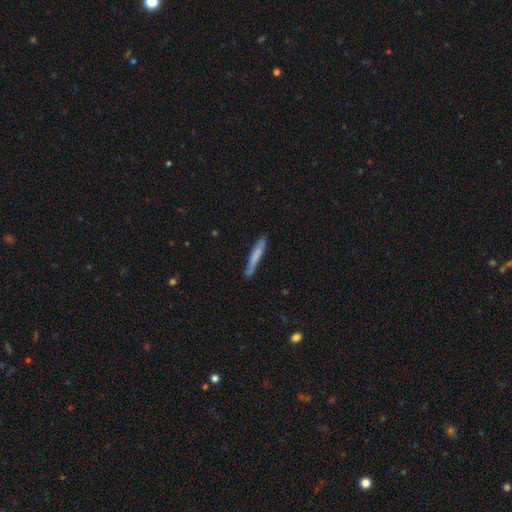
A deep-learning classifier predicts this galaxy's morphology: smooth-or-featured: smooth: 65% | featured or disk: 29% | star or artifact: 6%
  how-rounded: cigar-shaped: 94% | in between: 4% | round: 1%
  merging: none: 80% | minor disturbance: 15% | major disturbance: 3% | merger: 2%